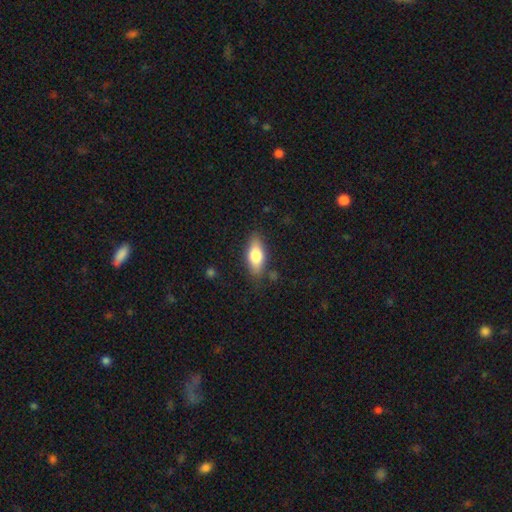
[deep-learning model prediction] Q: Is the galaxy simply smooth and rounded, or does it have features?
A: smooth — 72%.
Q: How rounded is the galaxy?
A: in between — 78%.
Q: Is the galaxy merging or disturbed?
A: none — 81%.